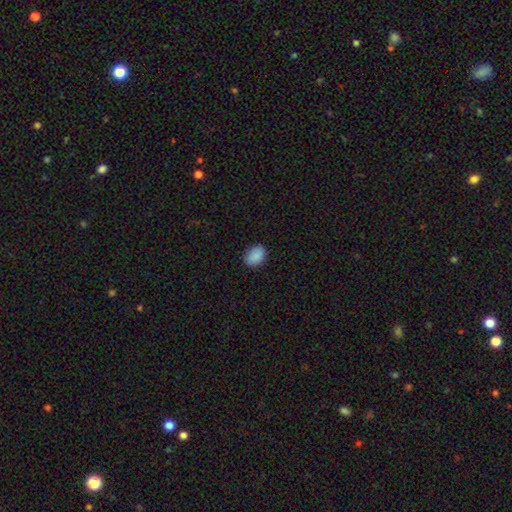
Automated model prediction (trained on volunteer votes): A smooth galaxy with no disk features (88%) that is in between round and cigar-shaped (77%).

Vote fractions:
- Smooth or featured? smooth: 88% / star or artifact: 8% / featured or disk: 4%
- How rounded? in between: 77% / round: 22% / cigar-shaped: 1%
- Merging? none: 82% / minor disturbance: 14% / major disturbance: 3% / merger: 1%